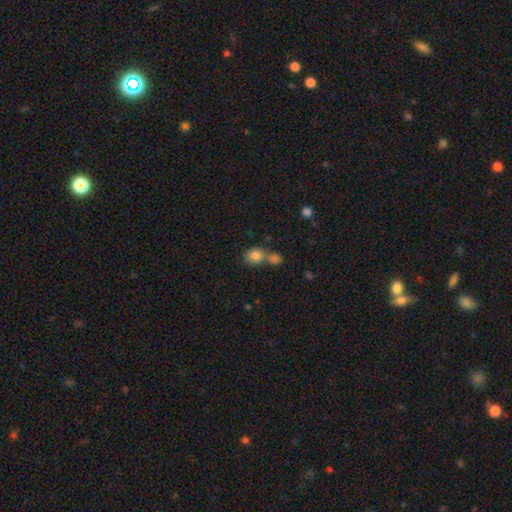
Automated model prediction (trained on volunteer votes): This is clearly a smooth galaxy (81%). How rounded: likely round (70%). Merging: marginally merger (44%, tied with none).